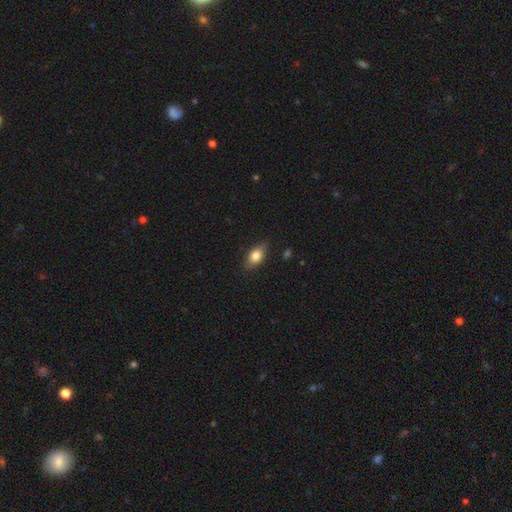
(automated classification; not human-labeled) Q: Smooth or featured?
A: smooth (76%); runner-up: featured or disk (17%)
Q: How rounded?
A: in between (83%); runner-up: round (9%)
Q: Merging?
A: none (82%); runner-up: minor disturbance (14%)